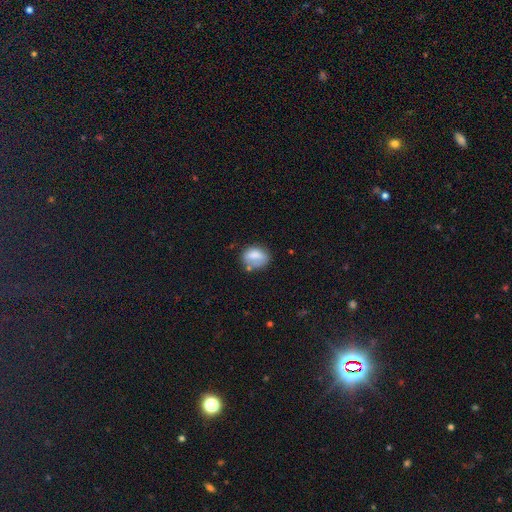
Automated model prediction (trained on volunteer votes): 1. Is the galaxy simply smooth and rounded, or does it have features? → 73% smooth, 18% featured or disk, 9% star or artifact.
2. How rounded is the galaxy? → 52% in between, 47% round, 1% cigar-shaped.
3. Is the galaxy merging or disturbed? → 49% none, 27% minor disturbance, 12% major disturbance, 11% merger.